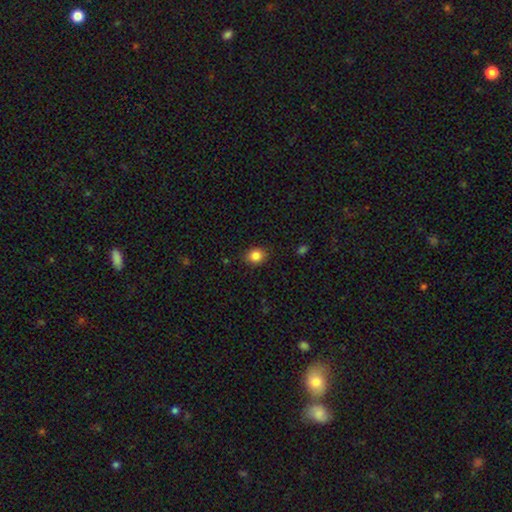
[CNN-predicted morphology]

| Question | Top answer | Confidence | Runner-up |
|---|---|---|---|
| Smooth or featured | smooth | 86% | star or artifact (10%) |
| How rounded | round | 65% | in between (34%) |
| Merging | none | 87% | minor disturbance (10%) |